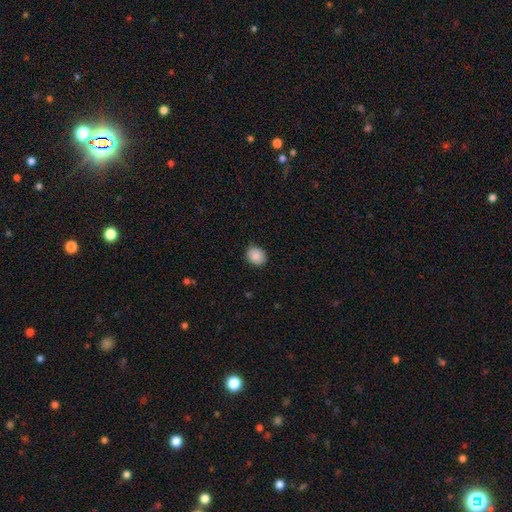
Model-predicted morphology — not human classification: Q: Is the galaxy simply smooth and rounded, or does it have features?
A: smooth — 88%.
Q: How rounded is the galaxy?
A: round — 62%.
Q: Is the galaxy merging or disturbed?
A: none — 87%.